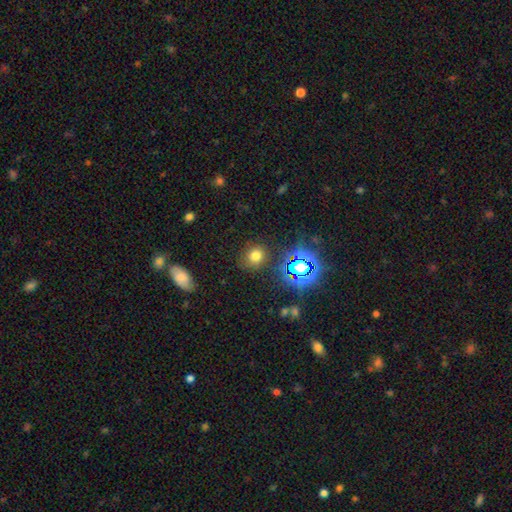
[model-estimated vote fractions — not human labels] A smooth galaxy with no disk features (69%) that is round (76%). Merging: none (82%).